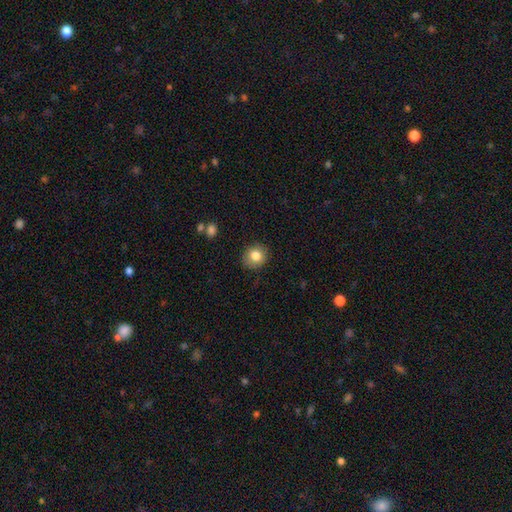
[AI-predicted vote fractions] Q: Smooth or featured?
A: smooth (81%); runner-up: star or artifact (10%)
Q: How rounded?
A: round (80%); runner-up: in between (19%)
Q: Merging?
A: none (87%); runner-up: minor disturbance (9%)